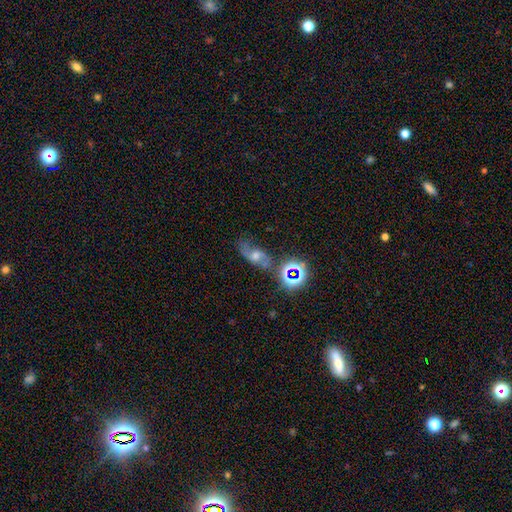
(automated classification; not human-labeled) Morphology: type=featured or disk (53%); edge-on=no (90%); merging=none (59%).